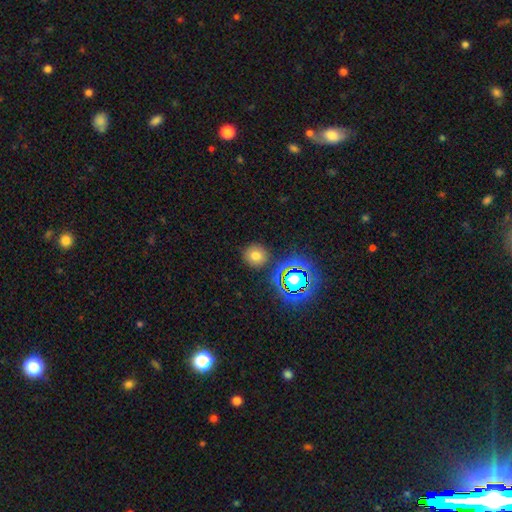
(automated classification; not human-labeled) The model was most divided on "smooth or featured": smooth: 69%, star or artifact: 21%, featured or disk: 10%. More confident: how rounded — round (90%); merging — none (86%).